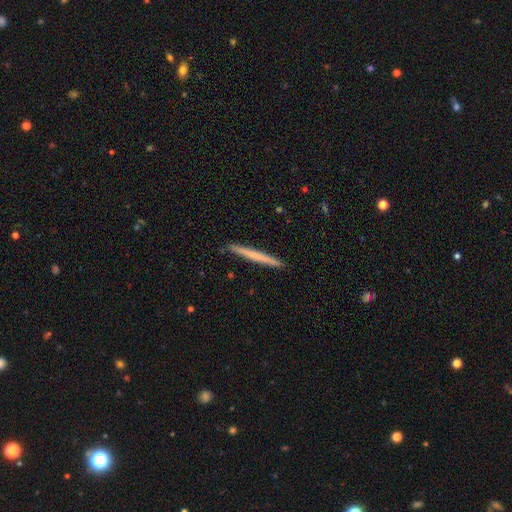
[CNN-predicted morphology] Smooth or featured?
  - smooth: 59% *
  - featured or disk: 36%
  - star or artifact: 5%
How rounded?
  - cigar-shaped: 97% *
  - in between: 2%
  - round: 1%
Merging?
  - none: 93% *
  - minor disturbance: 5%
  - major disturbance: 1%
  - merger: 1%